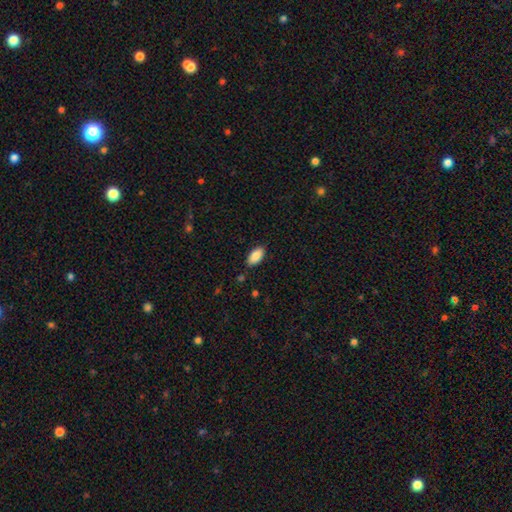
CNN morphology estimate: Smooth or featured? Predicted: smooth (p=0.86). How rounded? Predicted: in between (p=0.94). Merging? Predicted: none (p=0.86).